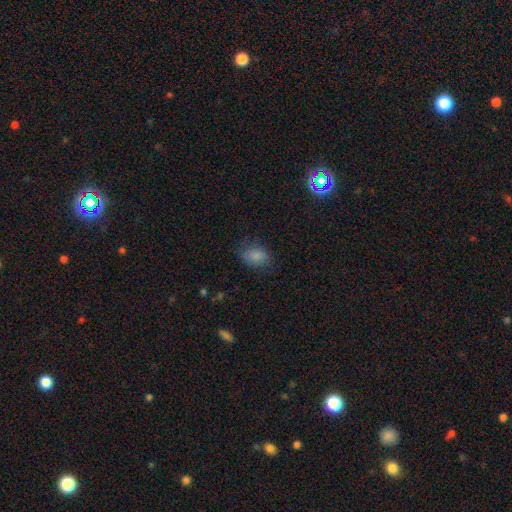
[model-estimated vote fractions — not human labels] Morphology: type=smooth (83%); roundness=in between (69%); merging=none (73%).